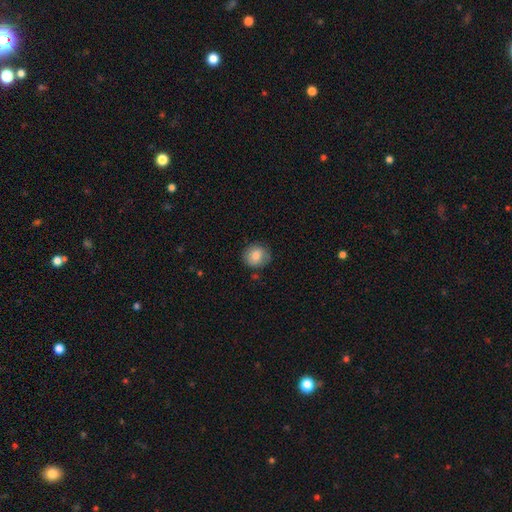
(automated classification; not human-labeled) Morphology: type=smooth (81%); roundness=round (84%); merging=none (81%).